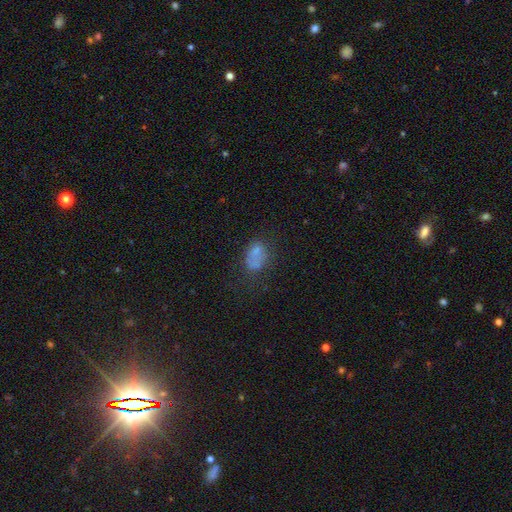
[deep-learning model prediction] Smooth or featured? Predicted: smooth (p=0.60). How rounded? Predicted: in between (p=0.63). Merging? Predicted: none (p=0.42).